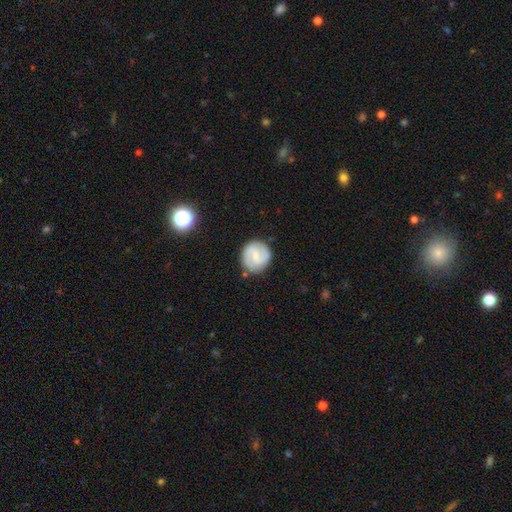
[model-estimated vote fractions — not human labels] Q: Smooth or featured?
A: featured or disk (60%); runner-up: smooth (34%)
Q: Edge-on disk?
A: no (98%); runner-up: yes (2%)
Q: Bar?
A: weak (57%); runner-up: no (22%)
Q: Spiral arms?
A: yes (88%); runner-up: no (12%)
Q: Spiral winding?
A: medium (45%); runner-up: tight (32%)
Q: Spiral arm count?
A: 2 (84%); runner-up: can't tell (9%)
Q: Bulge size?
A: small (50%); runner-up: moderate (26%)
Q: Merging?
A: none (83%); runner-up: minor disturbance (12%)